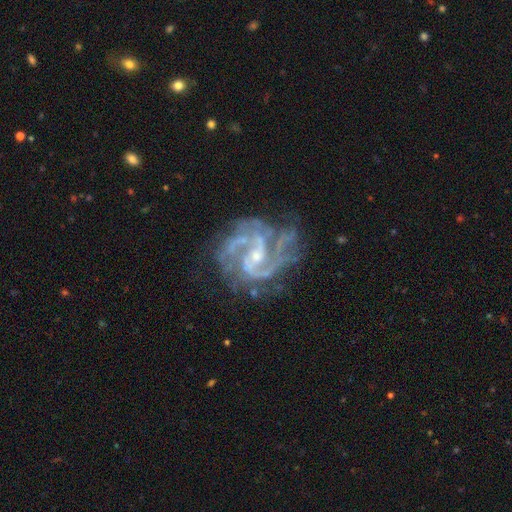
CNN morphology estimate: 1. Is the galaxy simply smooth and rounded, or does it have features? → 92% featured or disk, 5% star or artifact, 3% smooth.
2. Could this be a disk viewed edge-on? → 98% no, 2% yes.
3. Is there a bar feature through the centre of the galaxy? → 48% weak, 35% no, 18% strong.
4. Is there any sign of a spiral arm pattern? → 98% yes, 2% no.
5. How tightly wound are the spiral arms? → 57% medium, 30% tight, 13% loose.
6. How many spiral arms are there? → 59% 2, 17% 3, 9% can't tell, 5% 4, 4% 1, 4% more than 4.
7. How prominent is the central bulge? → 63% small, 31% moderate, 4% none, 1% large, 1% dominant.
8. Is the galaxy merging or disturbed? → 62% none, 21% minor disturbance, 15% major disturbance, 2% merger.